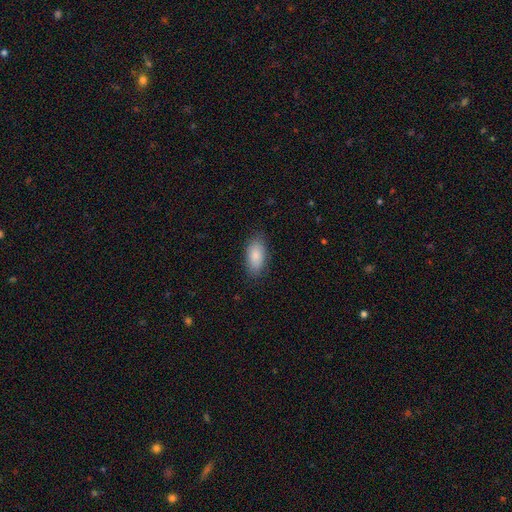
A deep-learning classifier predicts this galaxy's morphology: This appears to be a smooth galaxy with no disk features (87%) that is in between round and cigar-shaped (92%). Merging: none (83%).